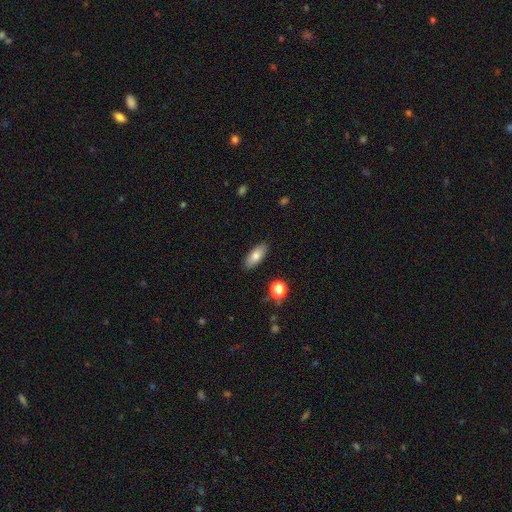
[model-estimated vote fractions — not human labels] Q: Smooth or featured?
A: smooth (77%); runner-up: featured or disk (15%)
Q: How rounded?
A: in between (79%); runner-up: cigar-shaped (18%)
Q: Merging?
A: none (88%); runner-up: minor disturbance (9%)